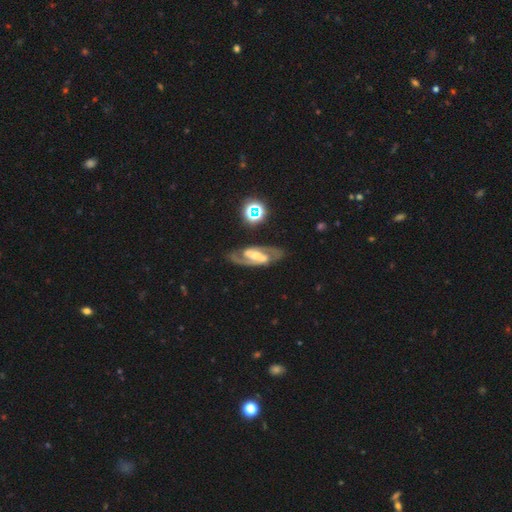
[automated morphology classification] Smooth or featured? Predicted: featured or disk (p=0.86). Edge-on disk? Predicted: no (p=0.94). Bar? Predicted: strong (p=0.59). Spiral arms? Predicted: yes (p=0.95). Spiral winding? Predicted: medium (p=0.58). Spiral arm count? Predicted: 2 (p=0.91). Bulge size? Predicted: moderate (p=0.46). Merging? Predicted: none (p=0.80).